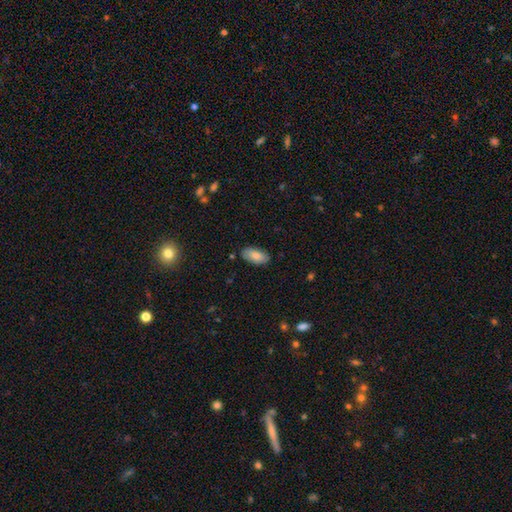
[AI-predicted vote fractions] smooth-or-featured: smooth: 84% | featured or disk: 9% | star or artifact: 6%
  how-rounded: in between: 92% | cigar-shaped: 6% | round: 2%
  merging: none: 85% | minor disturbance: 12% | major disturbance: 2% | merger: 1%